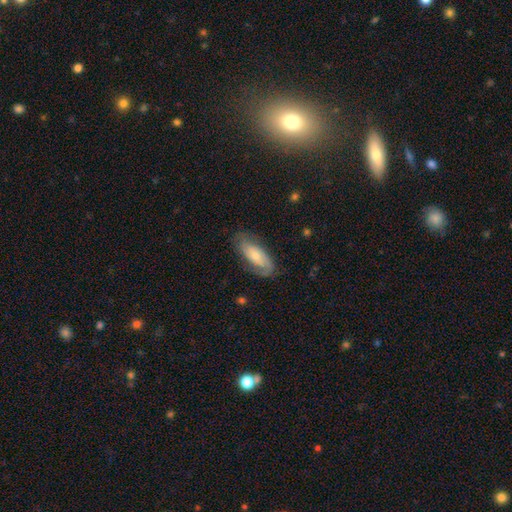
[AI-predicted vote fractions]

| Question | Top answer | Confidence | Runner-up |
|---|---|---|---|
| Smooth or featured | smooth | 48% | featured or disk (46%) |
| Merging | none | 67% | minor disturbance (22%) |